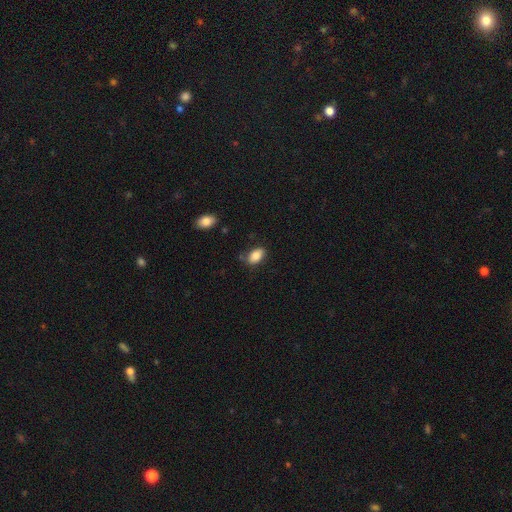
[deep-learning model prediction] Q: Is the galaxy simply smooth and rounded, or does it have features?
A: smooth — 84%.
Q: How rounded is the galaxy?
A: in between — 92%.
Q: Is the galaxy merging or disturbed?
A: none — 72%.